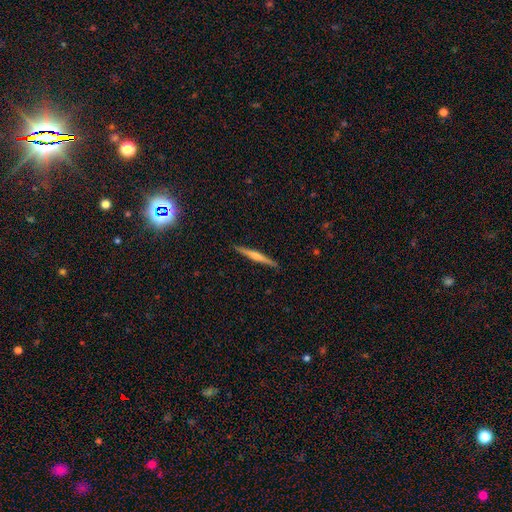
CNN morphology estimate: smooth_or_featured: featured or disk (p=0.63) [alt: smooth p=0.30]
disk_edge_on: yes (p=0.98) [alt: no p=0.02]
edge_on_bulge: rounded (p=0.68) [alt: none p=0.21]
merging: none (p=0.91) [alt: minor disturbance p=0.06]